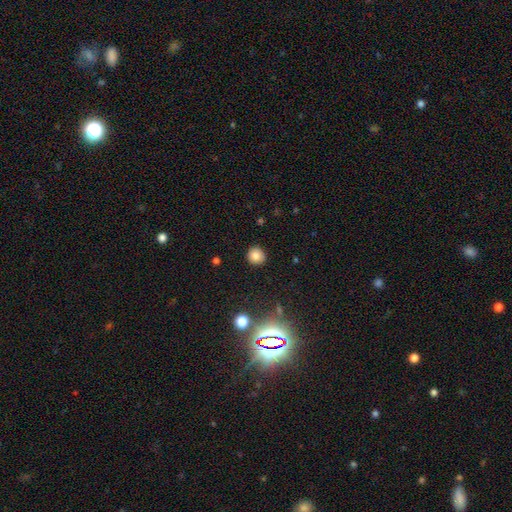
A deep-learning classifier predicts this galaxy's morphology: Smooth or featured? smooth (80%)
How rounded? round (91%)
Merging? none (90%)